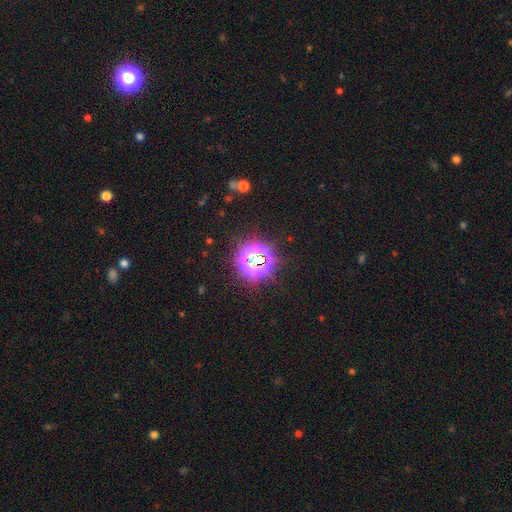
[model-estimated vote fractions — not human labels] This is likely a star or artifact rather than a galaxy (77%).